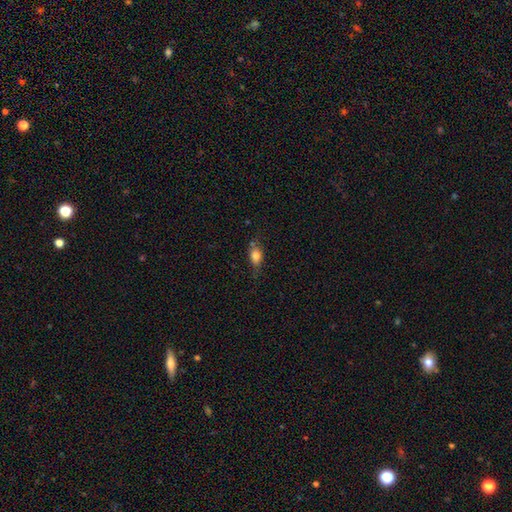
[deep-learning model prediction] This appears to be a smooth galaxy with no disk features (76%) that is in between round and cigar-shaped (70%). Merging: none (60%).